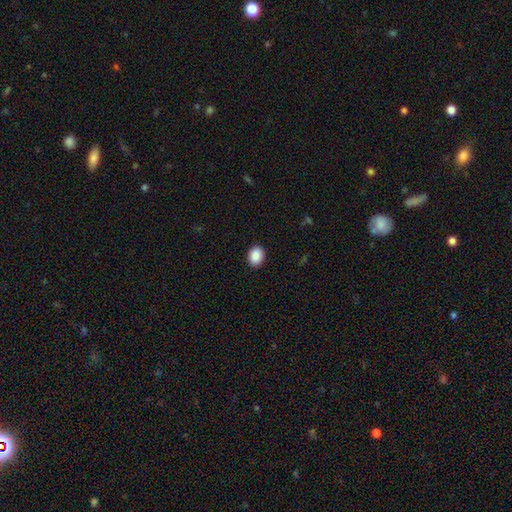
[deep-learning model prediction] Smooth or featured? smooth (90%)
How rounded? in between (64%)
Merging? none (91%)